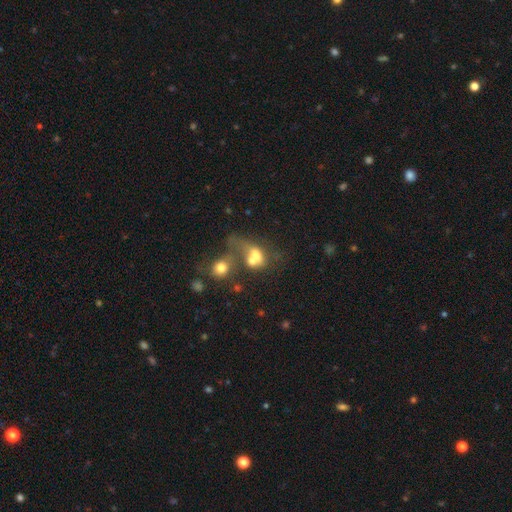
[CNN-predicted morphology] Smooth or featured?
  - smooth: 61% *
  - featured or disk: 26%
  - star or artifact: 13%
How rounded?
  - in between: 60% *
  - round: 37%
  - cigar-shaped: 3%
Merging?
  - merger: 64% *
  - major disturbance: 15%
  - none: 13%
  - minor disturbance: 7%